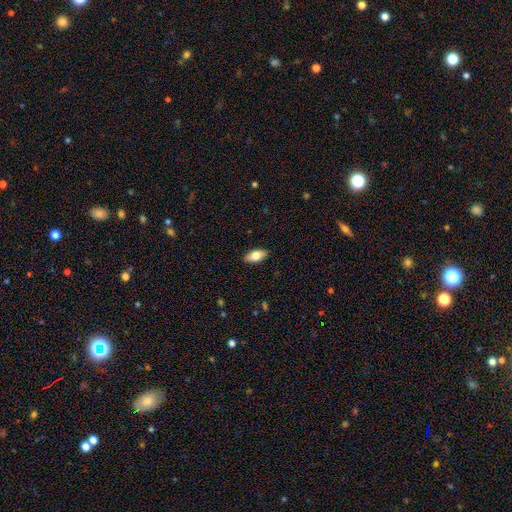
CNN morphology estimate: smooth-or-featured: smooth: 78% | featured or disk: 16% | star or artifact: 6%
  how-rounded: in between: 90% | cigar-shaped: 7% | round: 3%
  merging: none: 89% | minor disturbance: 9% | major disturbance: 2% | merger: 1%